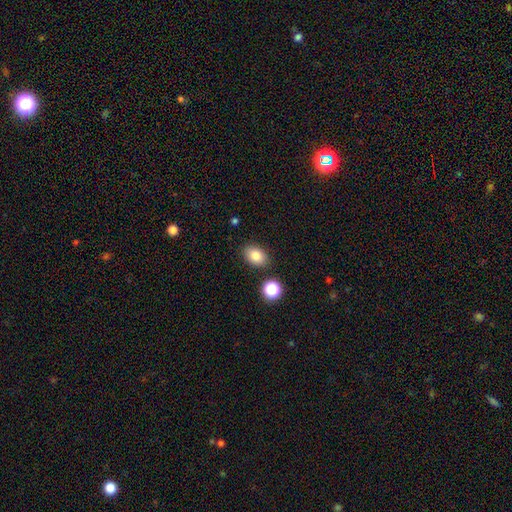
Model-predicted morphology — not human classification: smooth 84%, star or artifact 10%, featured or disk 7%. Down the decision tree: how rounded — in between (79%); merging — none (83%).